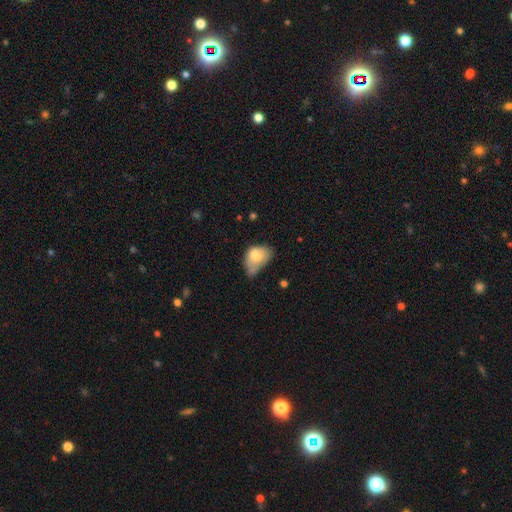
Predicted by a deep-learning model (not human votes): Smooth or featured? smooth (71%)
How rounded? in between (83%)
Merging? minor disturbance (35%)